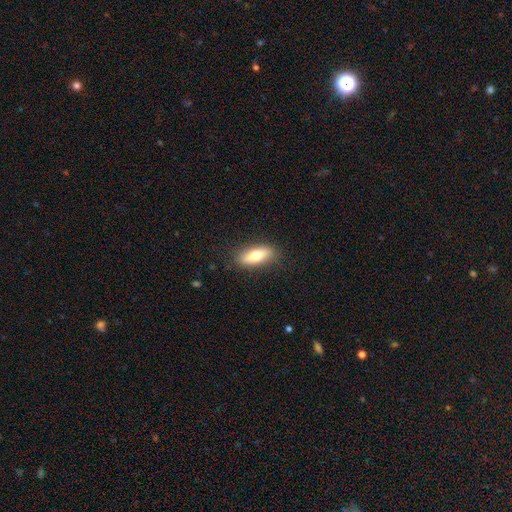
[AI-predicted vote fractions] Overall: smooth (69%). How rounded: in between (68%; cigar-shaped 29%). Merging: none (86%).